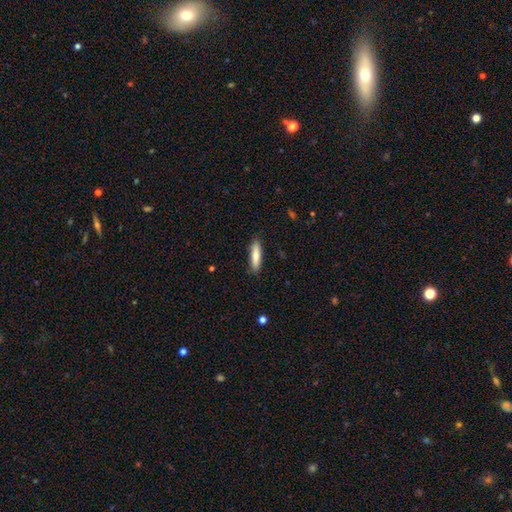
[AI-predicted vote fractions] A smooth galaxy with no disk features (80%) that is cigar-shaped (71%). Merging: none (87%).